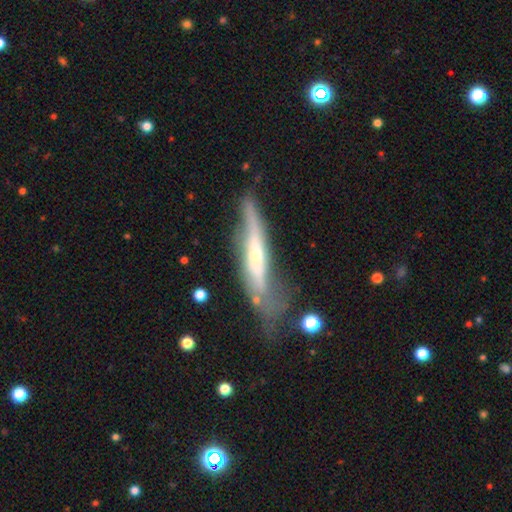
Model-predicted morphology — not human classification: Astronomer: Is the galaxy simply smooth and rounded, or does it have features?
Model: featured or disk — 65%.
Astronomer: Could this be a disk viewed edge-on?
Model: yes — 73%.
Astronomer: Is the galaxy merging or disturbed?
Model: none — 40% (runner-up: minor disturbance, 31%).